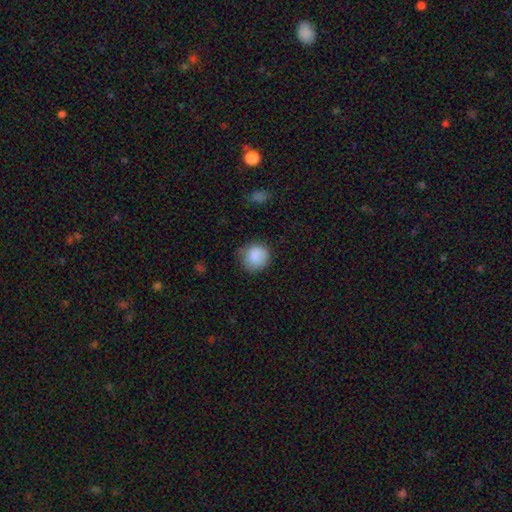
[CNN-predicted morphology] smooth_or_featured: smooth (p=0.87) [alt: star or artifact p=0.08]
how_rounded: round (p=0.88) [alt: in between p=0.11]
merging: none (p=0.73) [alt: minor disturbance p=0.20]